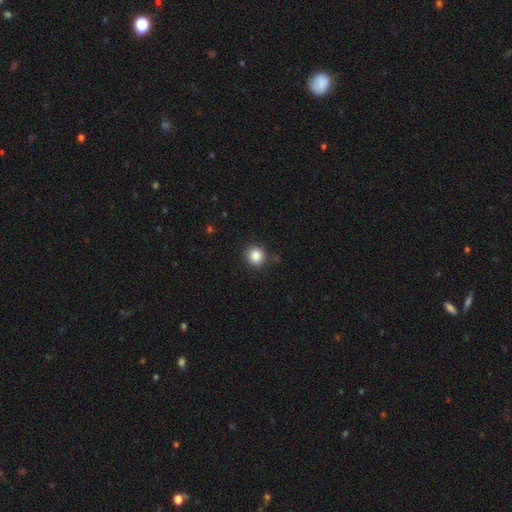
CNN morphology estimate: smooth-or-featured: smooth: 86% | star or artifact: 10% | featured or disk: 4%
  how-rounded: round: 91% | in between: 8% | cigar-shaped: 1%
  merging: none: 88% | minor disturbance: 8% | major disturbance: 2% | merger: 2%